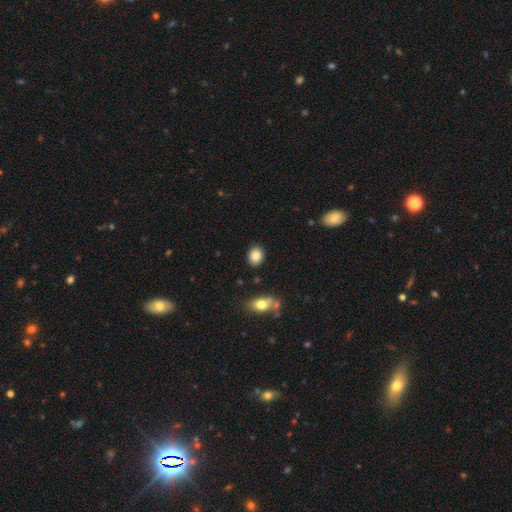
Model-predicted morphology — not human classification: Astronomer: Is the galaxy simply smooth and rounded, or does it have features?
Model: smooth — 87%.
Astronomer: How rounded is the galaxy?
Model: round — 52% (runner-up: in between, 47%).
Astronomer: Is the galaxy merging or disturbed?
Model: none — 87%.